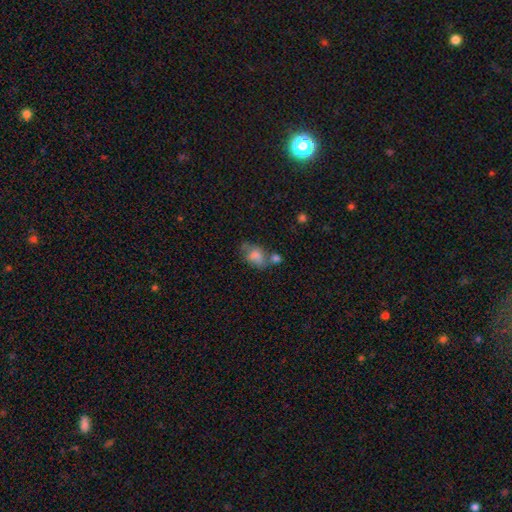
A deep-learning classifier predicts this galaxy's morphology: Overall: smooth (72%). How rounded: in between (78%). Merging: merger (35%; none 32%).